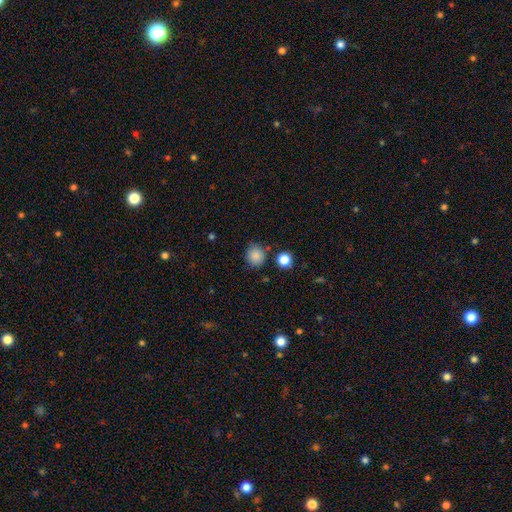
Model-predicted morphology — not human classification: A smooth galaxy with no disk features (86%) that is round (85%). Merging: none (80%).